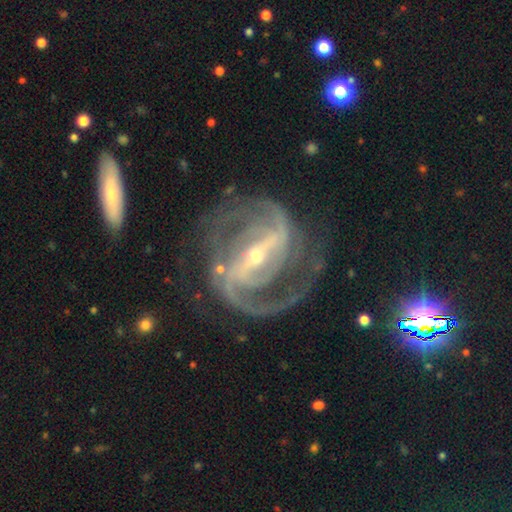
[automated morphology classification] smooth-or-featured: featured or disk: 93% | star or artifact: 5% | smooth: 3%
  disk-edge-on: no: 97% | yes: 3%
    bar: strong: 74% | weak: 20% | no: 6%
    has-spiral-arms: yes: 98% | no: 2%
      spiral-winding: medium: 54% | tight: 35% | loose: 12%
      spiral-arm-count: 2: 73% | 3: 13% | can't tell: 5% | 4: 3% | 1: 3% | more than 4: 3%
    bulge-size: small: 65% | moderate: 31% | large: 2% | none: 1% | dominant: 1%
  merging: none: 70% | minor disturbance: 15% | major disturbance: 12% | merger: 3%